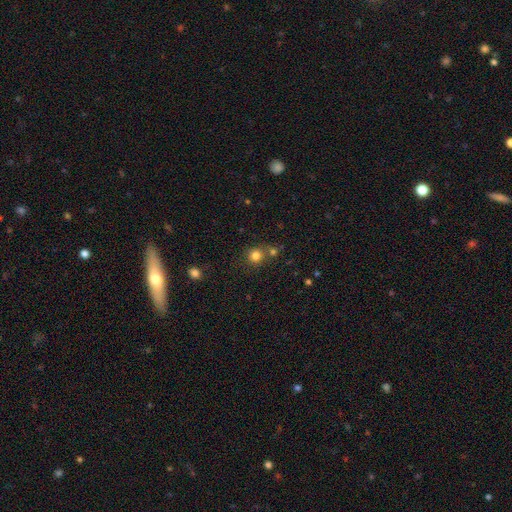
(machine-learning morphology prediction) A smooth galaxy with no disk features (81%) that is round (90%).

Vote fractions:
- Smooth or featured? smooth: 81% / star or artifact: 13% / featured or disk: 6%
- How rounded? round: 90% / in between: 9% / cigar-shaped: 1%
- Merging? none: 70% / merger: 18% / minor disturbance: 9% / major disturbance: 3%